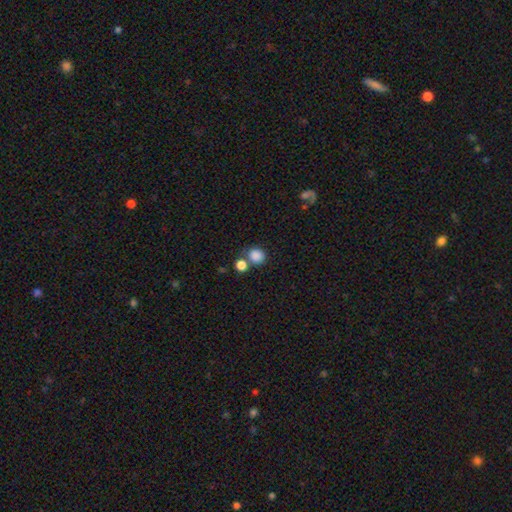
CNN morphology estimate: This appears to be a smooth galaxy with no disk features (85%) that is round (82%). Merging: none (61%).